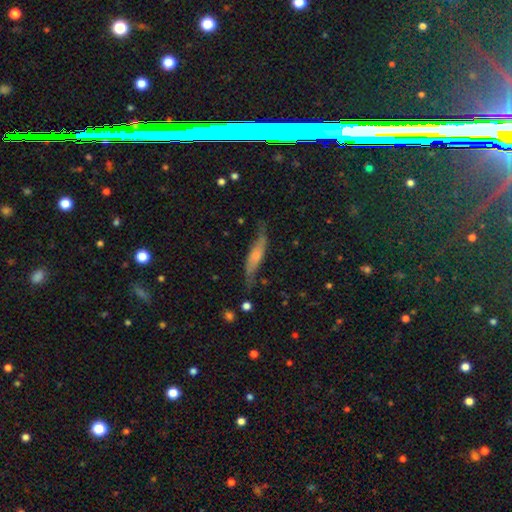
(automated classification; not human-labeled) A featured or disk galaxy (48%). Merging: none (59%).